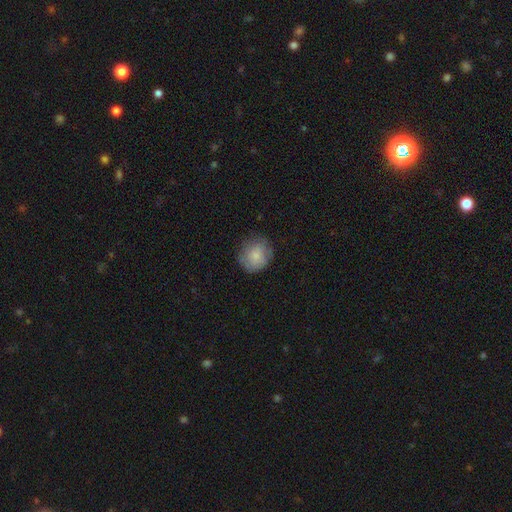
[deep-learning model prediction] This is likely a smooth galaxy (77%). How rounded: clearly round (83%). Merging: likely none (72%).